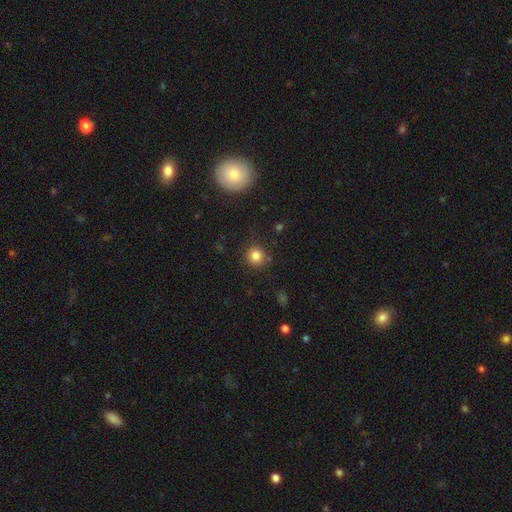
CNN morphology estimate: Smooth or featured? smooth (82%)
How rounded? round (91%)
Merging? none (86%)